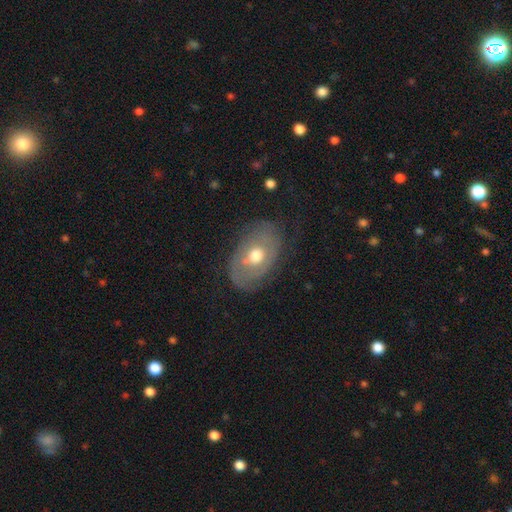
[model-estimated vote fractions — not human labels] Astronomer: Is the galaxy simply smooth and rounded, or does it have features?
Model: featured or disk — 55% (runner-up: smooth, 38%).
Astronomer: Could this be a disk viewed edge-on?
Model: no — 92%.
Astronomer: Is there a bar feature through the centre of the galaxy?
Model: no — 80%.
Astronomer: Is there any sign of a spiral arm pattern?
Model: no — 55% (runner-up: yes, 45%).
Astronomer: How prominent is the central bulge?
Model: moderate — 77%.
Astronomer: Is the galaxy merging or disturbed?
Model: none — 65%.